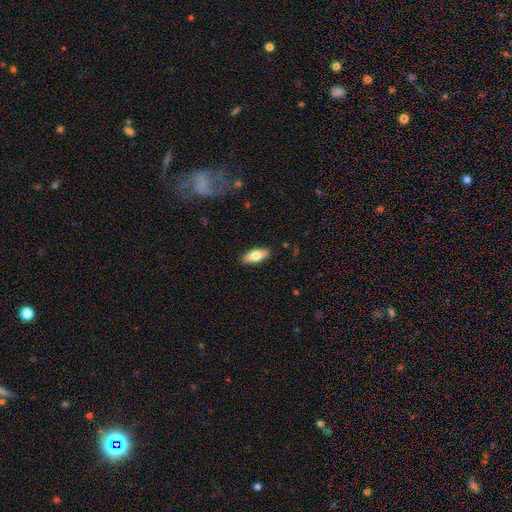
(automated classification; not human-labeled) The model was most divided on "smooth or featured": smooth: 77%, featured or disk: 17%, star or artifact: 6%. More confident: merging — none (89%); how rounded — in between (83%).